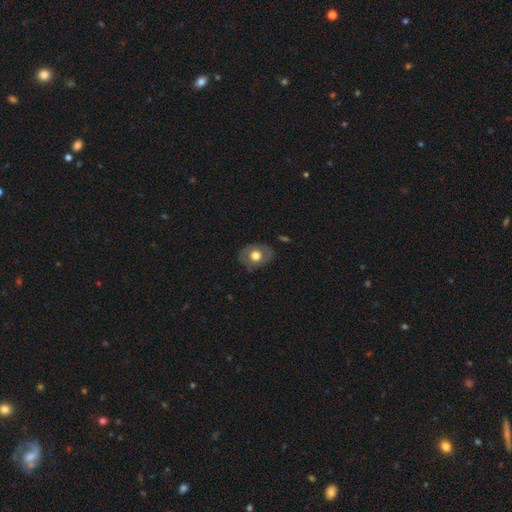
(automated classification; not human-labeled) Smooth or featured: smooth — 59% (featured or disk — 33%)
How rounded: in between — 57% (round — 42%)
Merging: none — 80% (minor disturbance — 15%)